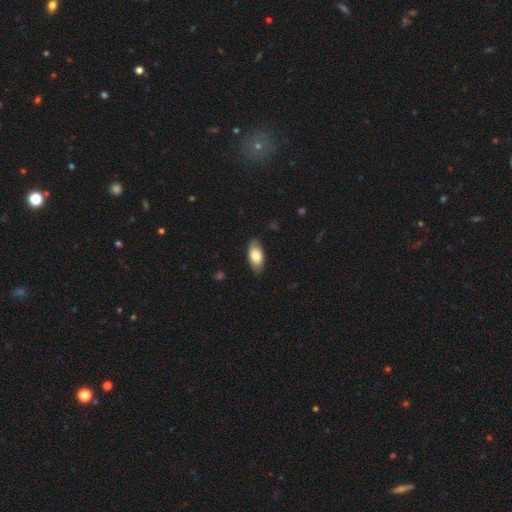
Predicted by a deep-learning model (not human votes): Morphology: type=smooth (79%); roundness=in between (91%); merging=none (84%).